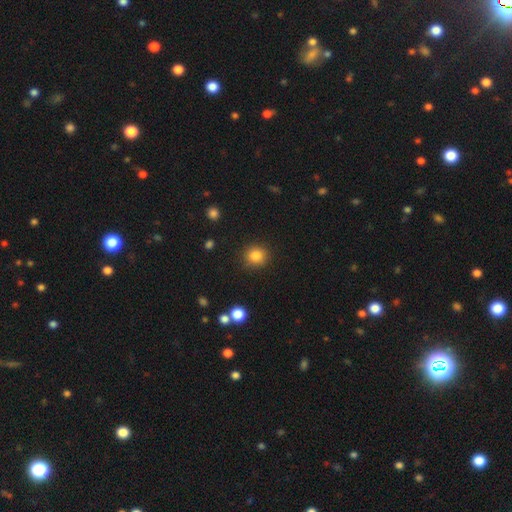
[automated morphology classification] Smooth or featured? Predicted: smooth (p=0.85). How rounded? Predicted: round (p=0.86). Merging? Predicted: none (p=0.88).